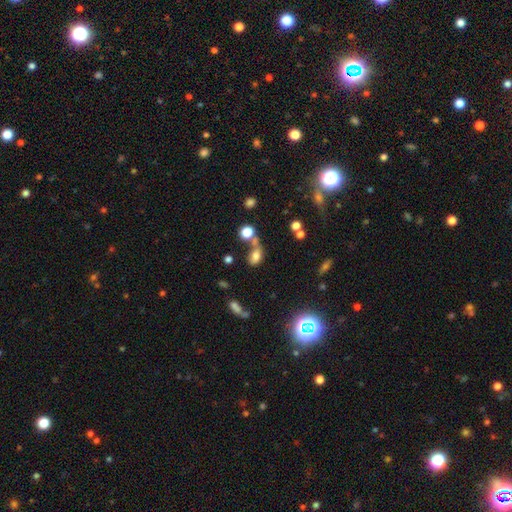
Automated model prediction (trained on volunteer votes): Smooth or featured? Predicted: smooth (p=0.70). How rounded? Predicted: in between (p=0.73). Merging? Predicted: none (p=0.38).